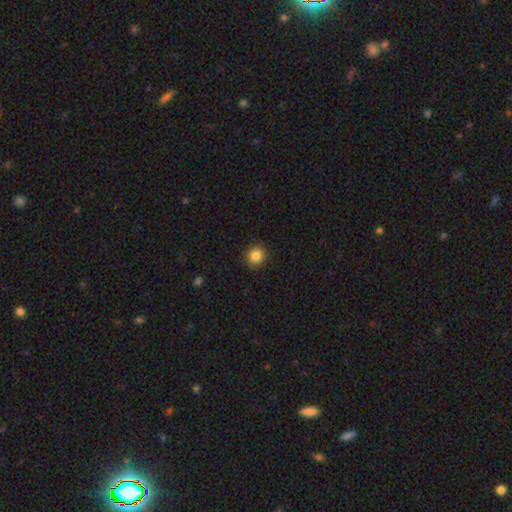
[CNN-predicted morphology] Q: Smooth or featured?
A: smooth (86%); runner-up: star or artifact (10%)
Q: How rounded?
A: round (89%); runner-up: in between (10%)
Q: Merging?
A: none (92%); runner-up: minor disturbance (6%)